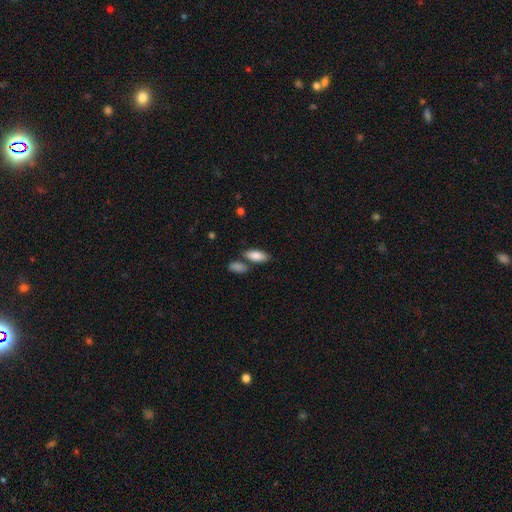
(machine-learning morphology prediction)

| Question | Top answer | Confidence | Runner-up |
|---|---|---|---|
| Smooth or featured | smooth | 83% | featured or disk (11%) |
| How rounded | in between | 82% | cigar-shaped (16%) |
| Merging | none | 68% | merger (16%) |